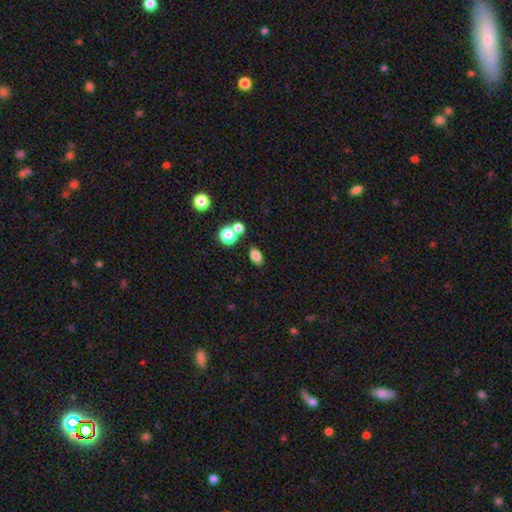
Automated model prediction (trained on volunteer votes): smooth_or_featured: smooth (p=0.80) [alt: star or artifact p=0.13]
how_rounded: in between (p=0.83) [alt: round p=0.15]
merging: none (p=0.78) [alt: minor disturbance p=0.10]